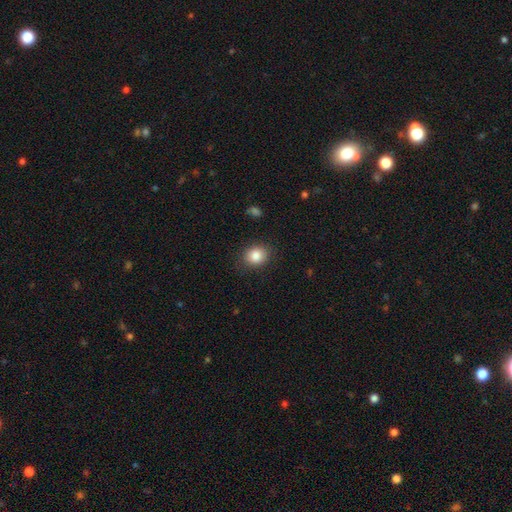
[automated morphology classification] This appears to be a smooth galaxy with no disk features (85%) that is round (62%). Merging: none (85%).